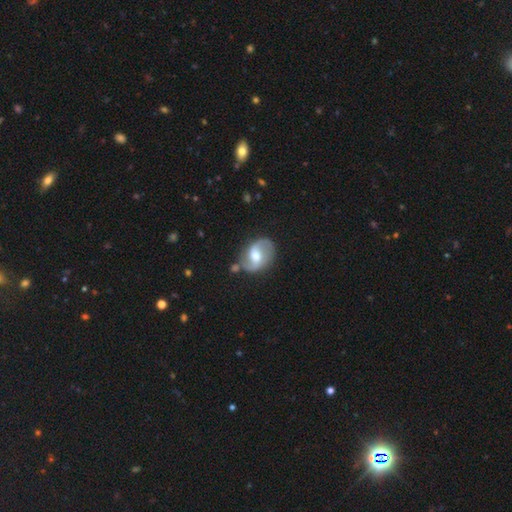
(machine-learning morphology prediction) Smooth or featured? featured or disk (75%)
Edge-on disk? no (97%)
Bar? weak (51%)
Spiral arms? yes (90%)
Spiral winding? medium (47%)
Spiral arm count? 2 (89%)
Bulge size? moderate (63%)
Merging? none (69%)